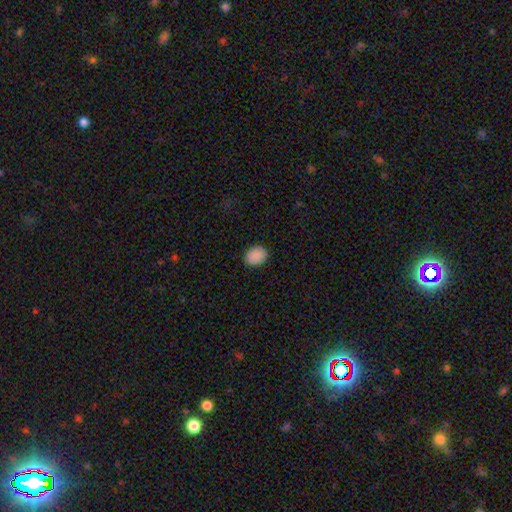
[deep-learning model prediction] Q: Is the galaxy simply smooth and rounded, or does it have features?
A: smooth — 89%.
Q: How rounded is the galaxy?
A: in between — 58%.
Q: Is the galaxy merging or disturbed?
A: none — 88%.